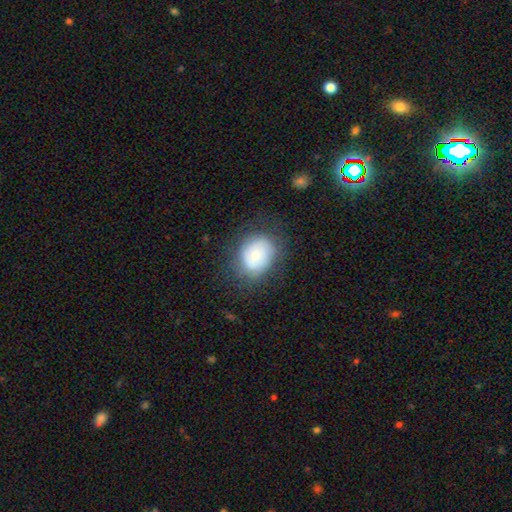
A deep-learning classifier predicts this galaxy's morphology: The model was most divided on "how rounded": round: 56%, in between: 43%, cigar-shaped: 1%. More confident: smooth or featured — smooth (71%); merging — none (69%).